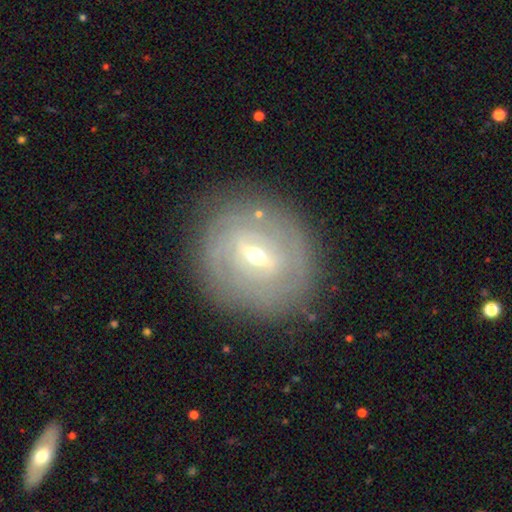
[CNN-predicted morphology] The model was most divided on "bulge size": moderate: 51%, small: 46%, large: 2%, dominant: 1%, none: 1%. More confident: edge-on disk — no (93%); merging — none (82%); smooth or featured — featured or disk (75%); spiral arms — yes (67%); bar — weak (52%).